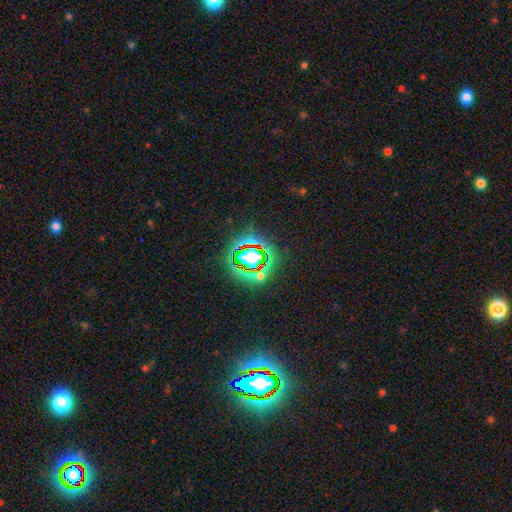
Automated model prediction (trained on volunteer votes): star or artifact 76%, smooth 14%, featured or disk 10%.